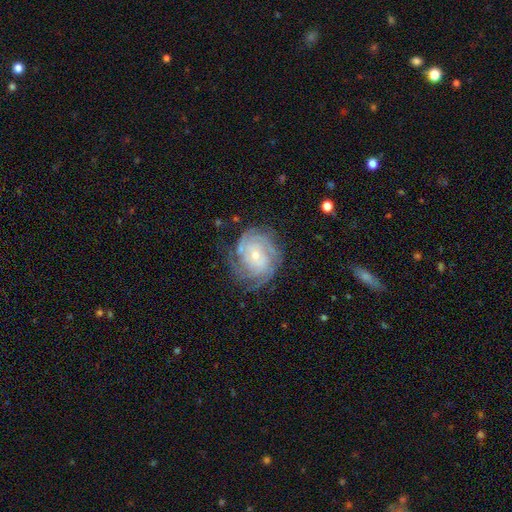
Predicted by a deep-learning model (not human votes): Overall: featured or disk (86%). Edge-on disk: no (97%). Bar: no (72%). Spiral arms: yes (96%). Spiral arm count: can't tell (28%; 4 25%). Spiral winding: tight (75%). Bulge size: small (72%). Merging: none (73%).